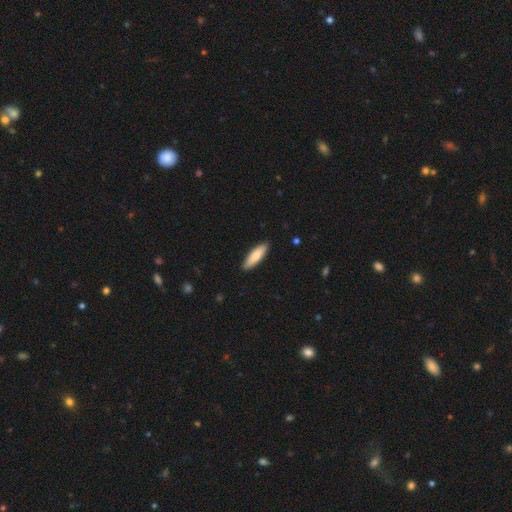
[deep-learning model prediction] Smooth or featured? Predicted: smooth (p=0.82). How rounded? Predicted: cigar-shaped (p=0.60). Merging? Predicted: none (p=0.89).